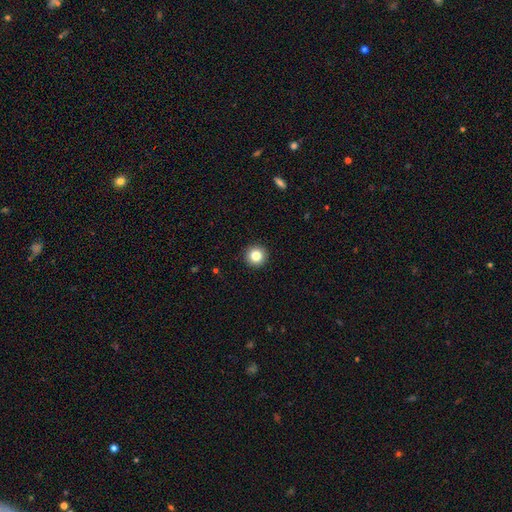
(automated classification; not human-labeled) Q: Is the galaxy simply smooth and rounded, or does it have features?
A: smooth — 84%.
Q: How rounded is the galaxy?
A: round — 96%.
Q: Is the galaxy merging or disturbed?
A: none — 93%.